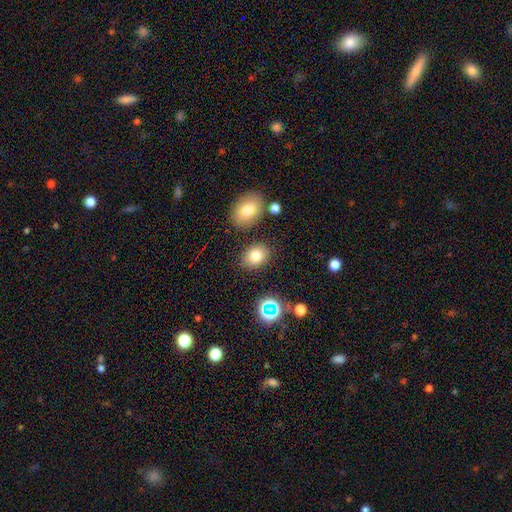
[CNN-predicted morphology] Q: Smooth or featured?
A: smooth (78%); runner-up: star or artifact (13%)
Q: How rounded?
A: in between (61%); runner-up: round (38%)
Q: Merging?
A: none (81%); runner-up: minor disturbance (10%)